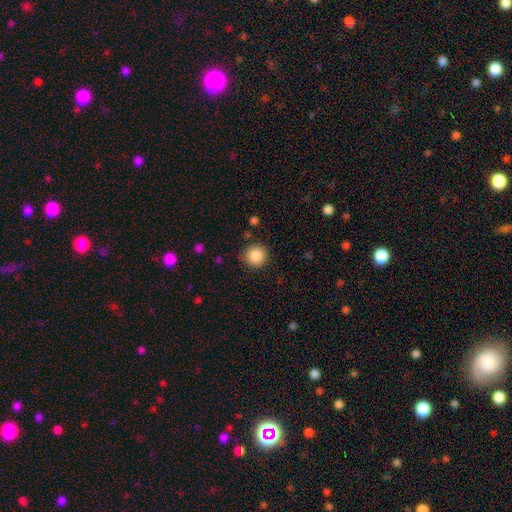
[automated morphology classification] type=smooth (86%); roundness=round (94%); merging=none (88%).